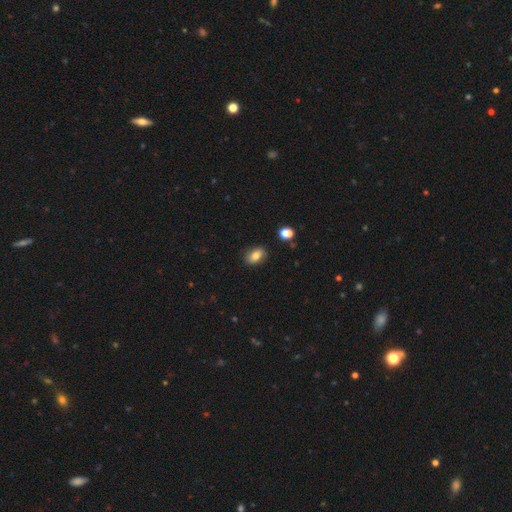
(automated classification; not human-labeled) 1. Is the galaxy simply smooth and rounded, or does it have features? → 78% smooth, 12% featured or disk, 10% star or artifact.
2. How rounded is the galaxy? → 80% in between, 18% round, 2% cigar-shaped.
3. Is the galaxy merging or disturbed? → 86% none, 10% minor disturbance, 2% major disturbance, 2% merger.